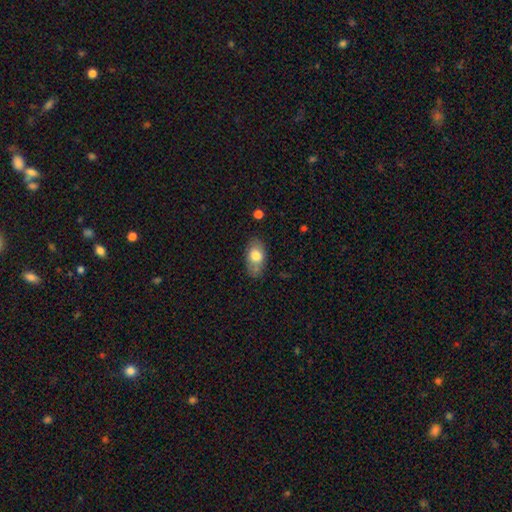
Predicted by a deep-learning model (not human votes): Overall: smooth (74%). How rounded: in between (91%). Merging: none (74%).